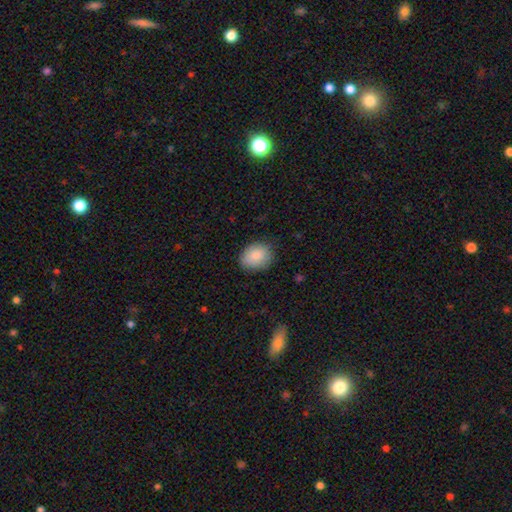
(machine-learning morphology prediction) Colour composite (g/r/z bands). It shows a smooth galaxy with no disk features (87%) that is in between round and cigar-shaped (62%). Merging: none (82%).